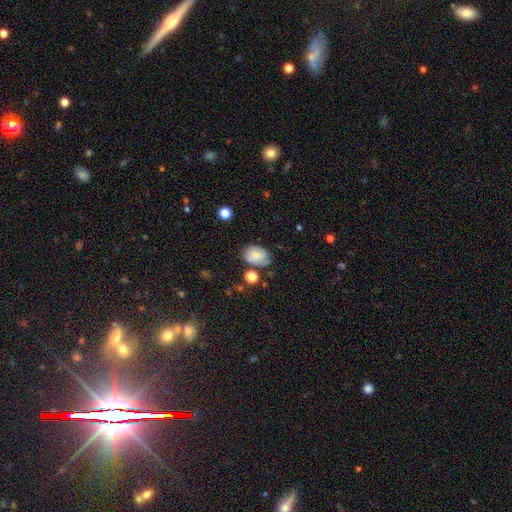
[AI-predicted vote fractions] Morphology: type=smooth (68%); roundness=in between (72%); merging=none (62%).